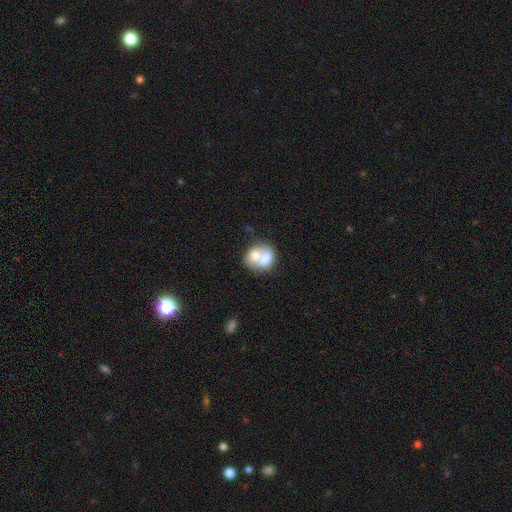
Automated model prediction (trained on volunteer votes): smooth 65%, featured or disk 27%, star or artifact 8%. Down the decision tree: how rounded — round (57%); merging — merger (67%).